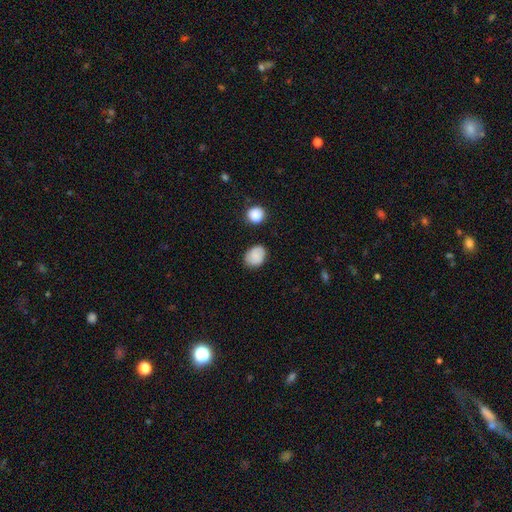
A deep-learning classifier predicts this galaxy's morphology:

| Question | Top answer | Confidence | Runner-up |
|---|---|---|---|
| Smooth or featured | smooth | 83% | featured or disk (9%) |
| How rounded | in between | 59% | round (40%) |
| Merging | none | 79% | minor disturbance (15%) |